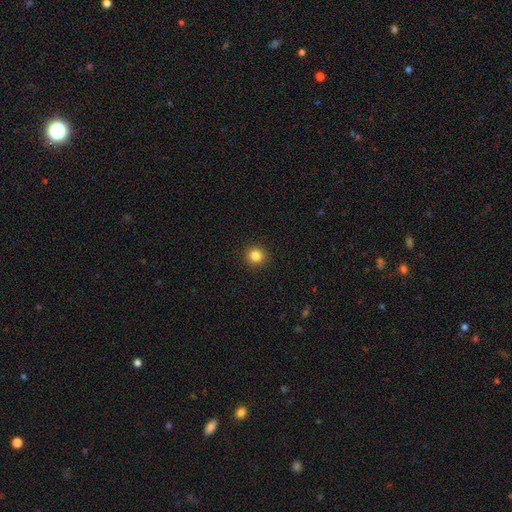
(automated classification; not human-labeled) smooth_or_featured: smooth (p=0.84) [alt: star or artifact p=0.12]
how_rounded: round (p=0.94) [alt: in between p=0.05]
merging: none (p=0.93) [alt: minor disturbance p=0.05]